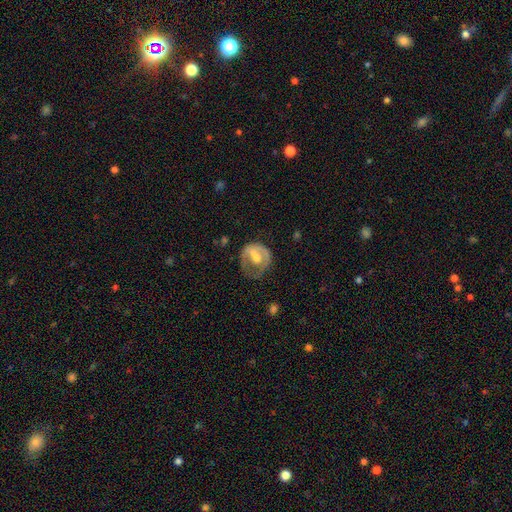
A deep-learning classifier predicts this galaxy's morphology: Smooth or featured? featured or disk (52%)
Edge-on disk? no (97%)
Bar? no (52%)
Spiral arms? no (57%)
Bulge size? moderate (53%)
Merging? none (38%)